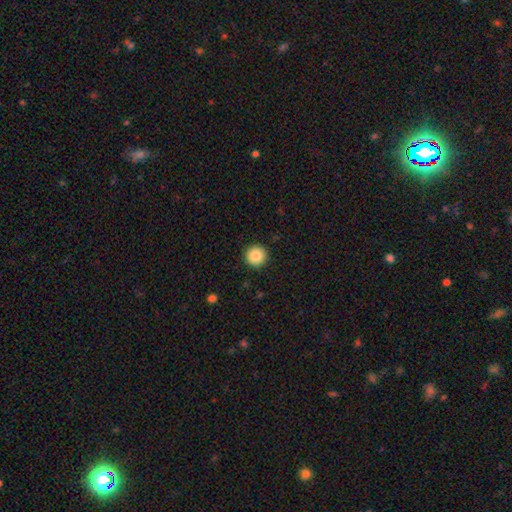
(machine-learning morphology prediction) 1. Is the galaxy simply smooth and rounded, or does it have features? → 86% smooth, 9% star or artifact, 5% featured or disk.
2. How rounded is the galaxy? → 96% round, 3% in between, 1% cigar-shaped.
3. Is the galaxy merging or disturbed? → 93% none, 5% minor disturbance, 2% major disturbance, 1% merger.